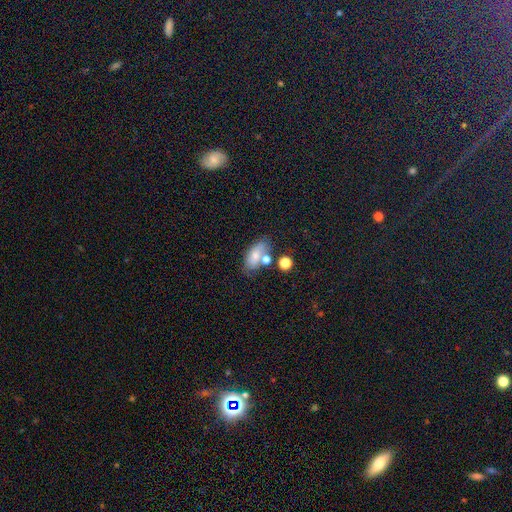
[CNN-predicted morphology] smooth_or_featured: smooth (p=0.68) [alt: featured or disk p=0.21]
how_rounded: in between (p=0.86) [alt: round p=0.09]
merging: none (p=0.52) [alt: minor disturbance p=0.20]